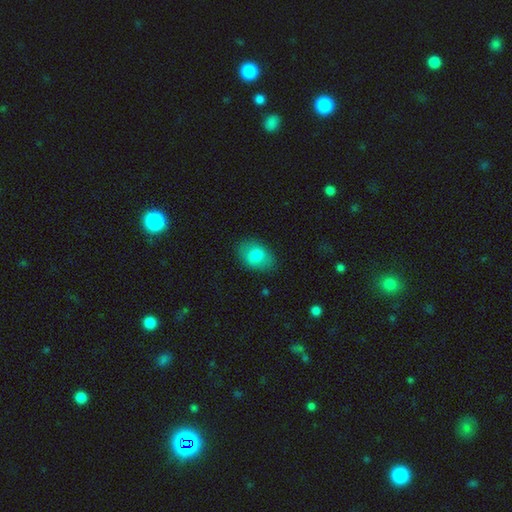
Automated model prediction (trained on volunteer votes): A smooth galaxy with no disk features (79%) that is in between round and cigar-shaped (77%). Merging: none (80%).